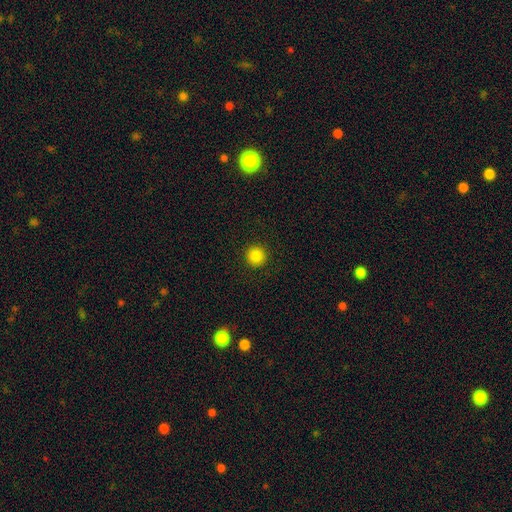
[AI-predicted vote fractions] Morphology: type=smooth (85%); roundness=round (96%); merging=none (93%).